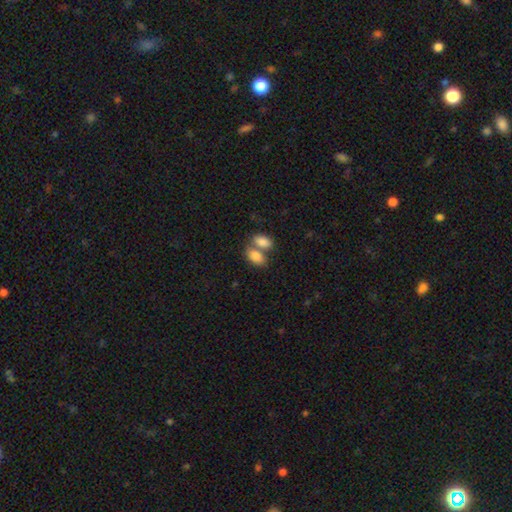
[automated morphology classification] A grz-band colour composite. It shows a smooth galaxy with no disk features (84%) that is in between round and cigar-shaped (91%). Merging: merger (59%).